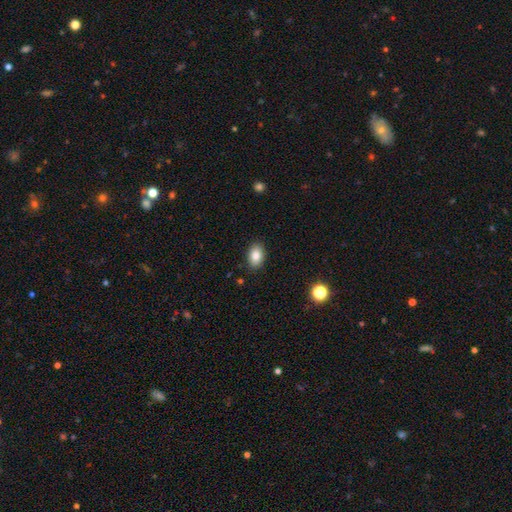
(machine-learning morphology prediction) smooth 84%, star or artifact 8%, featured or disk 8%. Down the decision tree: how rounded — in between (88%); merging — none (88%).